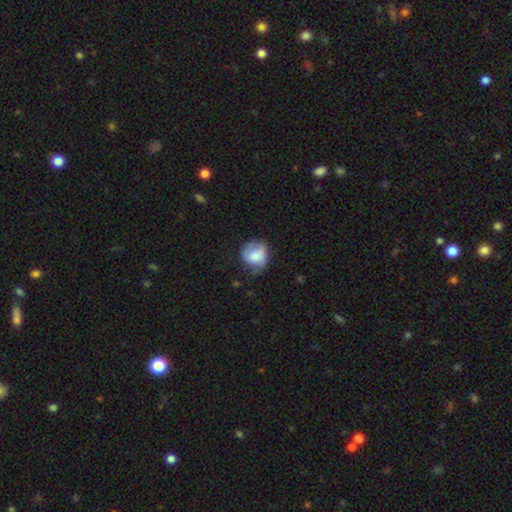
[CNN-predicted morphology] Smooth or featured: smooth — 63% (featured or disk — 29%)
How rounded: round — 74% (in between — 25%)
Merging: none — 51% (minor disturbance — 33%)